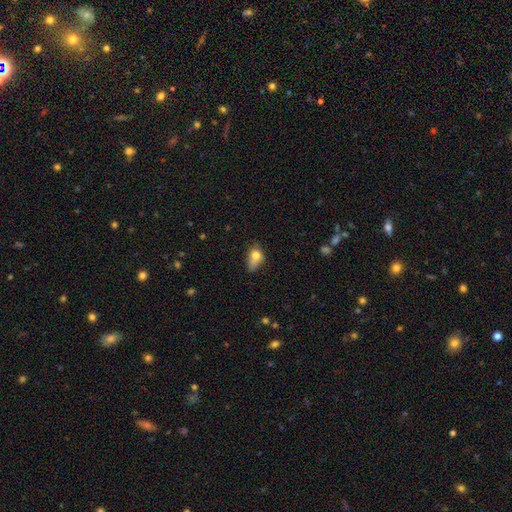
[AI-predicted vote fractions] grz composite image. It shows a smooth galaxy with no disk features (73%) that is in between round and cigar-shaped (70%). Merging: minor disturbance (36%).